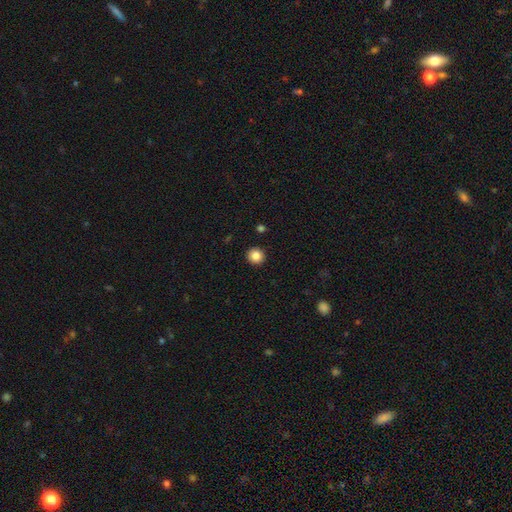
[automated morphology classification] Overall: smooth (85%). How rounded: round (93%). Merging: none (93%).